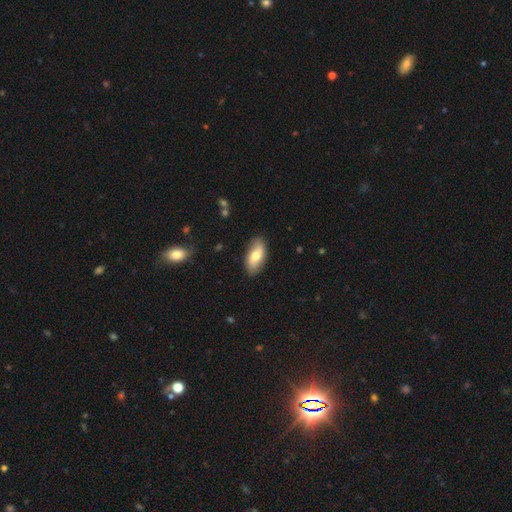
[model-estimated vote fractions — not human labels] This is likely a smooth galaxy (61%). How rounded: clearly in between (91%). Merging: clearly none (85%).